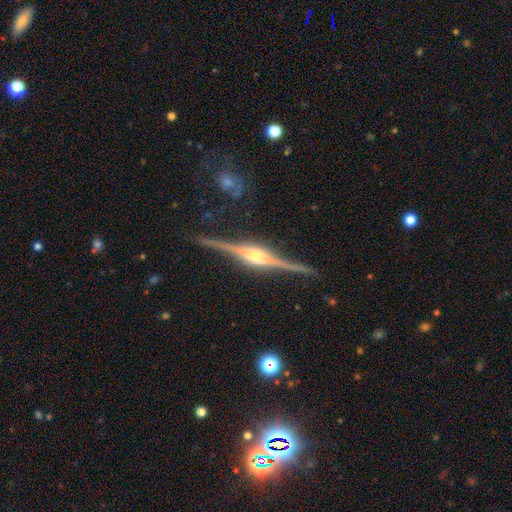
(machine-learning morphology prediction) smooth-or-featured: featured or disk: 89% | smooth: 5% | star or artifact: 5%
  disk-edge-on: yes: 98% | no: 2%
    edge-on-bulge: rounded: 81% | boxy: 16% | none: 3%
  merging: none: 87% | minor disturbance: 9% | major disturbance: 2% | merger: 2%